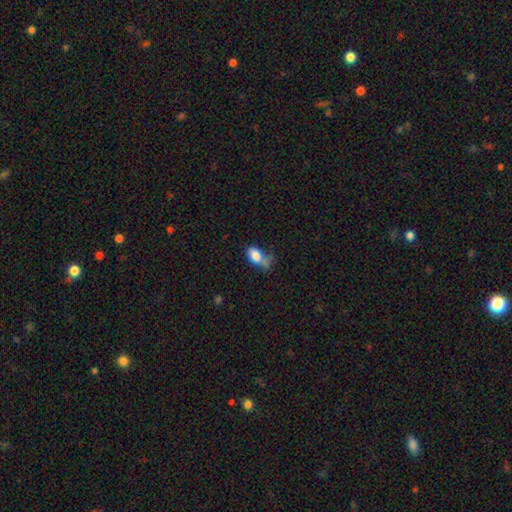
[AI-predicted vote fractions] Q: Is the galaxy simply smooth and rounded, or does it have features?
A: smooth — 79%.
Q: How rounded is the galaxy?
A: in between — 87%.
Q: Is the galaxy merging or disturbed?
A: none — 27%.